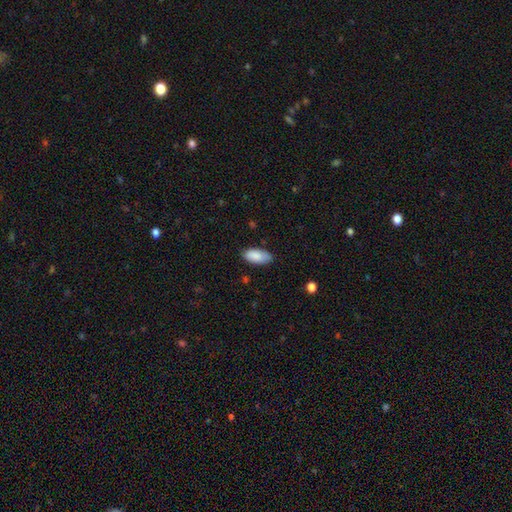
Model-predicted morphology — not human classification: Q: Smooth or featured?
A: smooth (88%); runner-up: star or artifact (6%)
Q: How rounded?
A: in between (91%); runner-up: cigar-shaped (7%)
Q: Merging?
A: none (80%); runner-up: minor disturbance (16%)